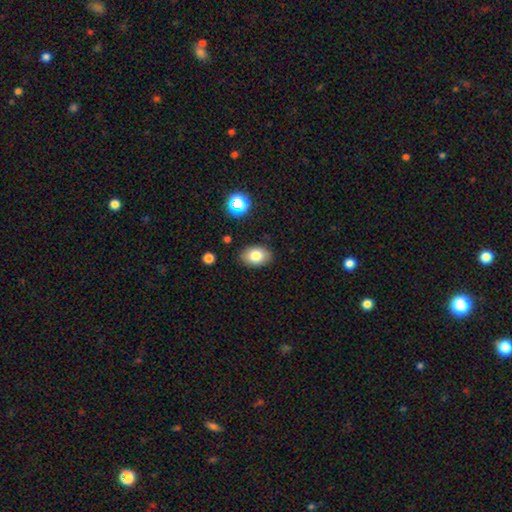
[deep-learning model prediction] This appears to be a smooth galaxy with no disk features (81%) that is in between round and cigar-shaped (80%). Merging: none (86%).